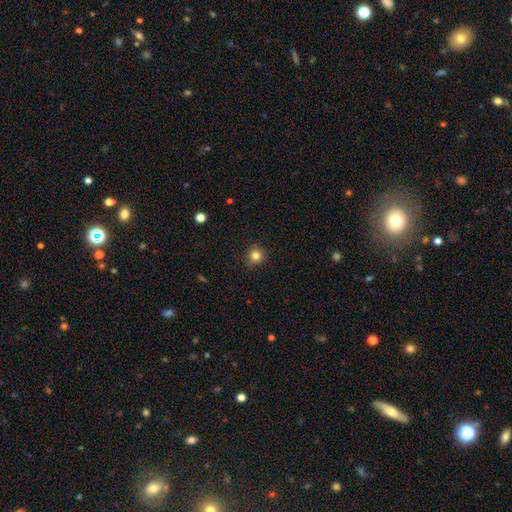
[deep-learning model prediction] Smooth or featured? Predicted: smooth (p=0.82). How rounded? Predicted: round (p=0.92). Merging? Predicted: none (p=0.90).